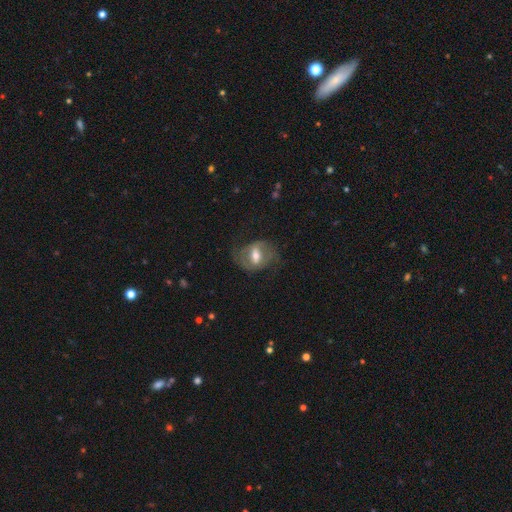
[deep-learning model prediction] Smooth or featured?
  - featured or disk: 66% *
  - smooth: 27%
  - star or artifact: 7%
Edge-on disk?
  - no: 92% *
  - yes: 8%
Bar?
  - strong: 44% *
  - weak: 40%
  - no: 16%
Spiral arms?
  - yes: 71% *
  - no: 29%
Bulge size?
  - moderate: 67% *
  - small: 19%
  - large: 11%
  - none: 2%
  - dominant: 1%
Merging?
  - none: 62% *
  - minor disturbance: 19%
  - major disturbance: 18%
  - merger: 1%